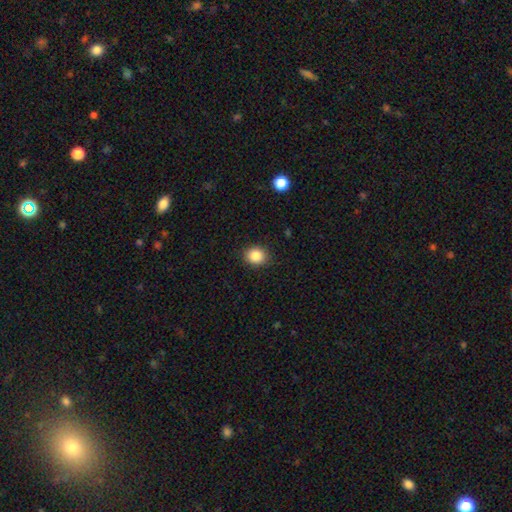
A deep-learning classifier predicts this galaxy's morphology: This appears to be a smooth galaxy with no disk features (86%) that is round (71%). Merging: none (89%).